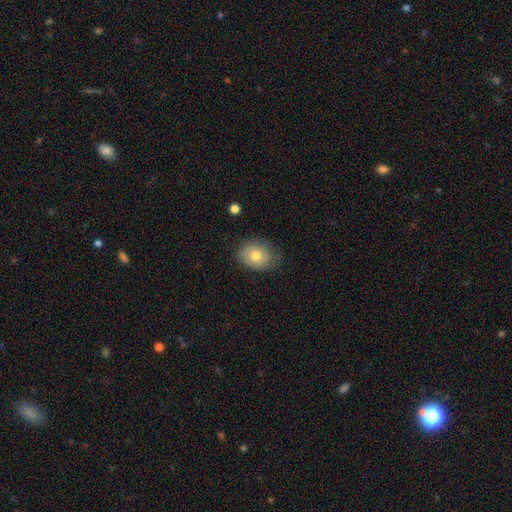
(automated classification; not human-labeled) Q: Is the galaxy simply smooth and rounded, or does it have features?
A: smooth — 74%.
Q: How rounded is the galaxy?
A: in between — 67%.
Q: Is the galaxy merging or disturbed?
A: none — 67%.